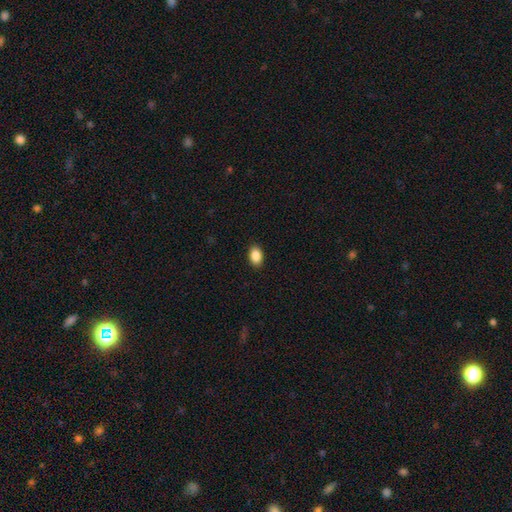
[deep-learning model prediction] A smooth galaxy with no disk features (88%) that is in between round and cigar-shaped (87%). Merging: none (90%).